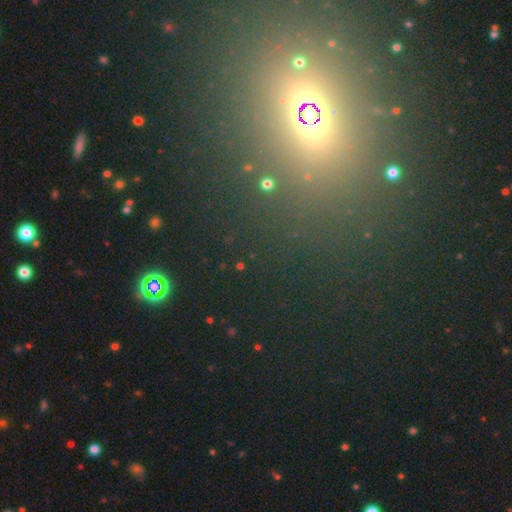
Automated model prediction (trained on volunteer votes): The model was most divided on "smooth or featured": star or artifact: 57%, smooth: 31%, featured or disk: 13%.